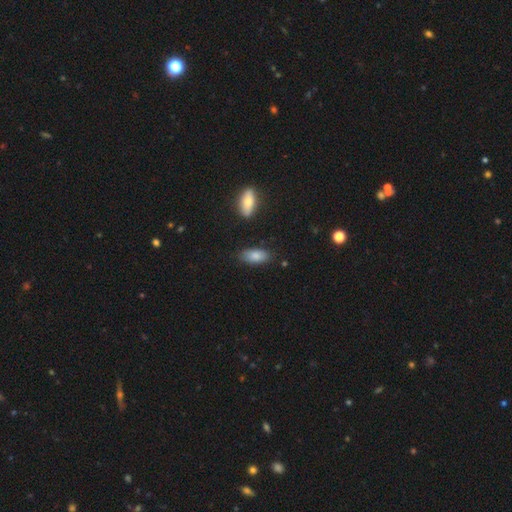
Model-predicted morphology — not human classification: This is clearly a smooth galaxy (83%). How rounded: clearly in between (88%). Merging: likely none (80%).